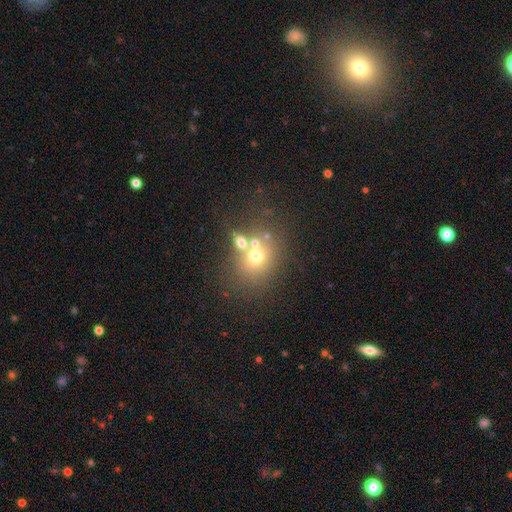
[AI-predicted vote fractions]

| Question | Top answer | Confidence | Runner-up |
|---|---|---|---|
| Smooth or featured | smooth | 61% | featured or disk (21%) |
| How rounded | round | 63% | in between (36%) |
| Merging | none | 47% | merger (36%) |